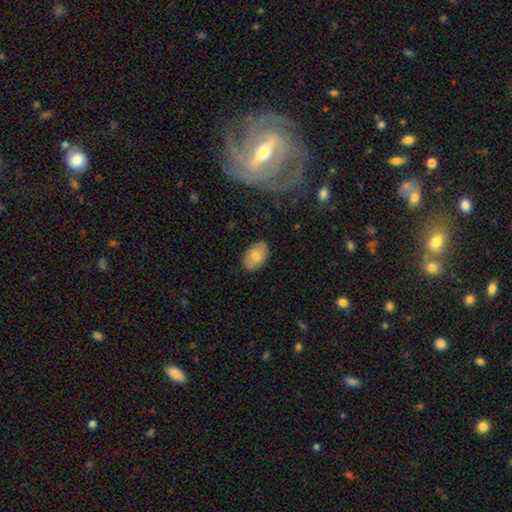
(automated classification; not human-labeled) A smooth galaxy with no disk features (74%) that is in between round and cigar-shaped (90%). Merging: none (84%).